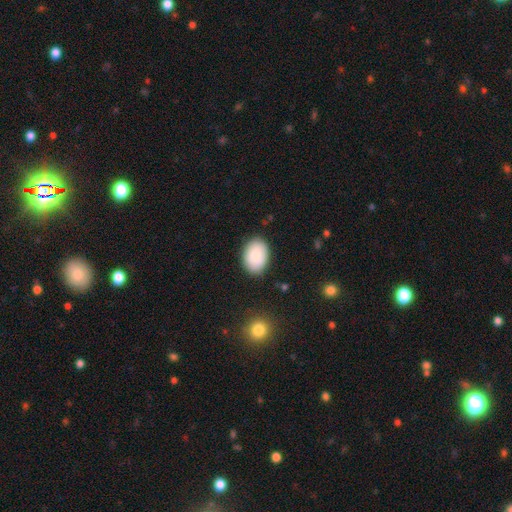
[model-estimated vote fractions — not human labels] Morphology: type=smooth (85%); roundness=in between (83%); merging=none (85%).